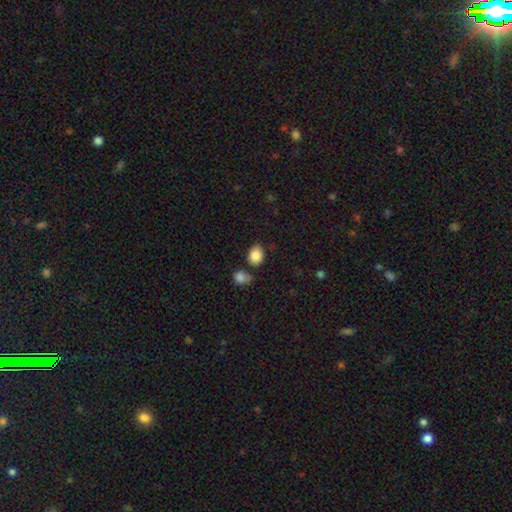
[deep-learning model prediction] smooth 87%, star or artifact 8%, featured or disk 5%. Down the decision tree: how rounded — in between (57%); merging — none (72%).